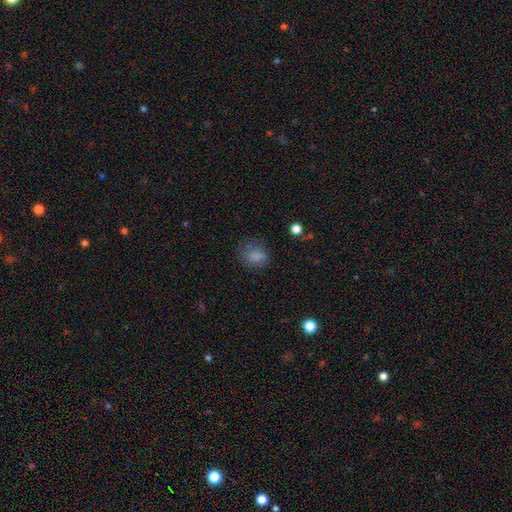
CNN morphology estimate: Smooth or featured? Predicted: smooth (p=0.78). How rounded? Predicted: in between (p=0.60). Merging? Predicted: none (p=0.60).